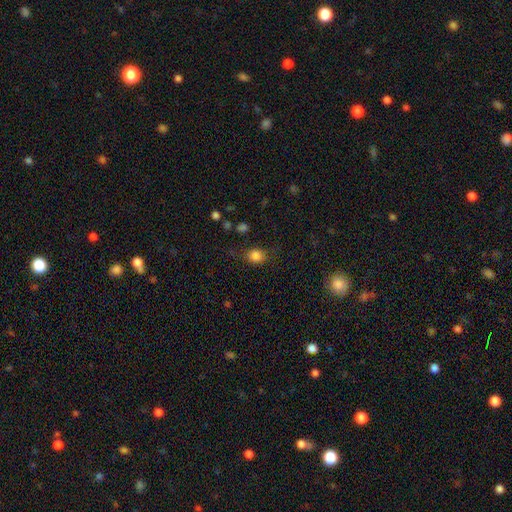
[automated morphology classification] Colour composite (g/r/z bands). It shows a smooth galaxy with no disk features (82%) that is round (54%). Merging: none (71%).